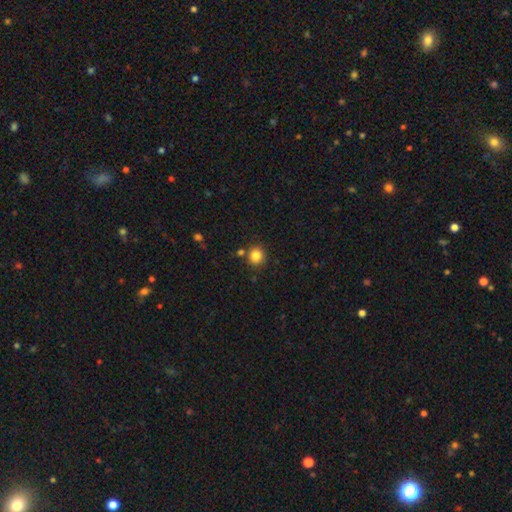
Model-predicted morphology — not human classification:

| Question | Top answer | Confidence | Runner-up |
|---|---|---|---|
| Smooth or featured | smooth | 84% | star or artifact (11%) |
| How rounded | round | 87% | in between (12%) |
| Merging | none | 82% | minor disturbance (8%) |